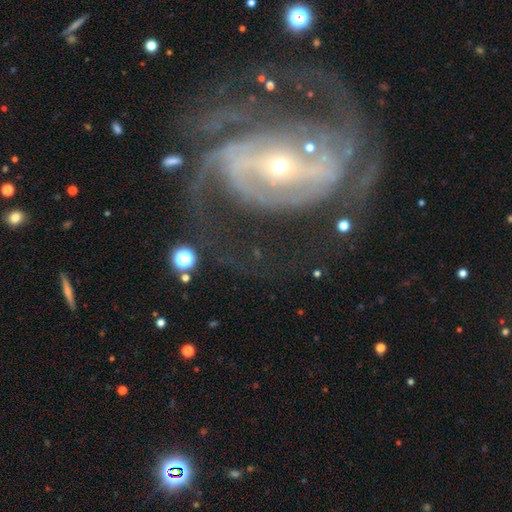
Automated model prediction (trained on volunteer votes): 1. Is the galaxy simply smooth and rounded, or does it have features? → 90% featured or disk, 6% star or artifact, 4% smooth.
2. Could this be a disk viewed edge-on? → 97% no, 3% yes.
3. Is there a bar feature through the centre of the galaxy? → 53% strong, 28% weak, 19% no.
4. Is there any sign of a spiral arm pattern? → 96% yes, 4% no.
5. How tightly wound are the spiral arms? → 46% medium, 39% tight, 15% loose.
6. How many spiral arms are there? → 46% 2, 17% 3, 15% can't tell, 9% 4, 6% more than 4, 6% 1.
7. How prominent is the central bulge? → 79% small, 17% moderate, 2% large, 1% none, 1% dominant.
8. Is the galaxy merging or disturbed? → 57% none, 23% major disturbance, 16% minor disturbance, 3% merger.